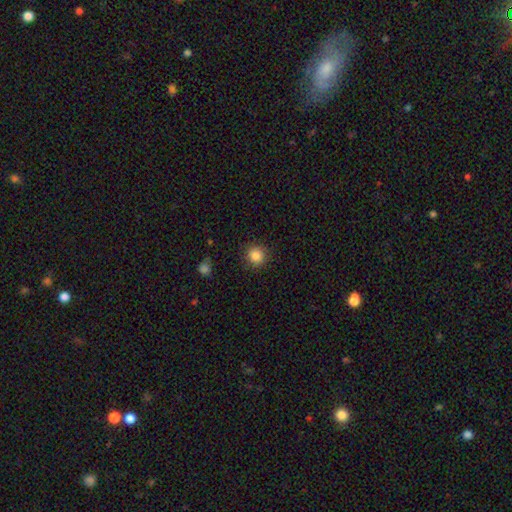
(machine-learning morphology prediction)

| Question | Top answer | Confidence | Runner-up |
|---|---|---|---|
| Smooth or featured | smooth | 85% | star or artifact (10%) |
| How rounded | round | 91% | in between (8%) |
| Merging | none | 88% | minor disturbance (8%) |